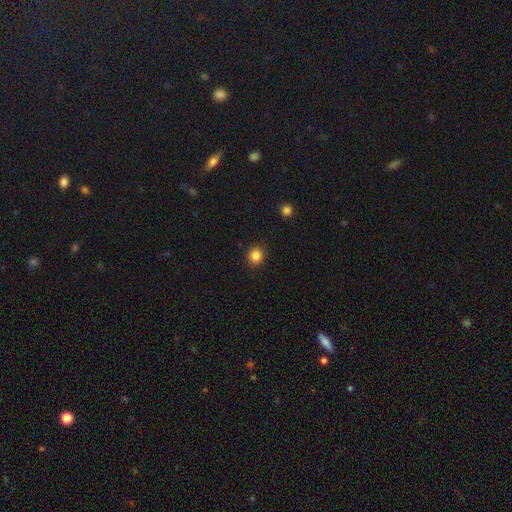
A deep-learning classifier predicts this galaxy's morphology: This appears to be a smooth galaxy with no disk features (85%) that is round (86%). Merging: none (90%).